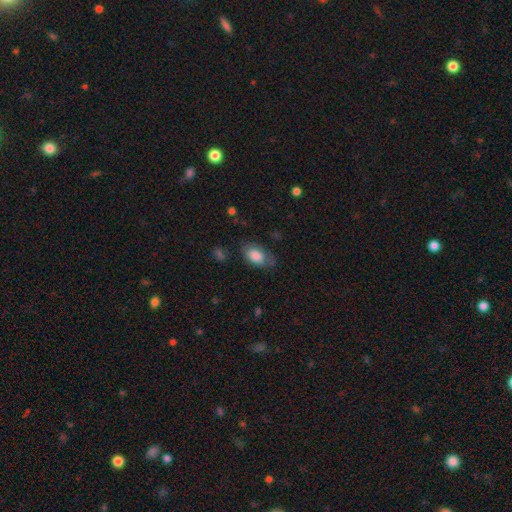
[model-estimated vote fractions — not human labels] The model was most divided on "merging": none: 66%, minor disturbance: 23%, major disturbance: 9%, merger: 2%. More confident: how rounded — in between (92%); smooth or featured — smooth (80%).